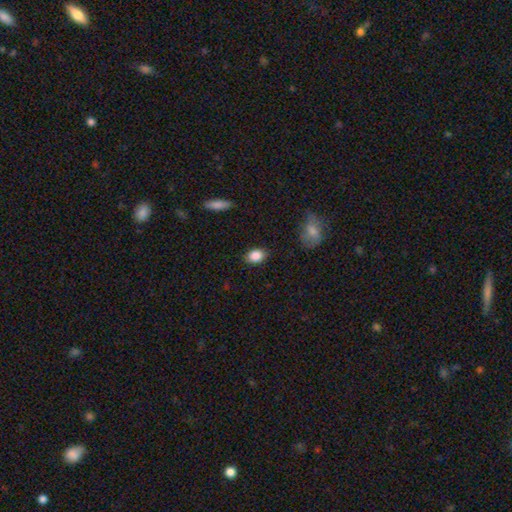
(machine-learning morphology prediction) smooth 86%, star or artifact 8%, featured or disk 6%. Down the decision tree: how rounded — in between (75%); merging — none (87%).